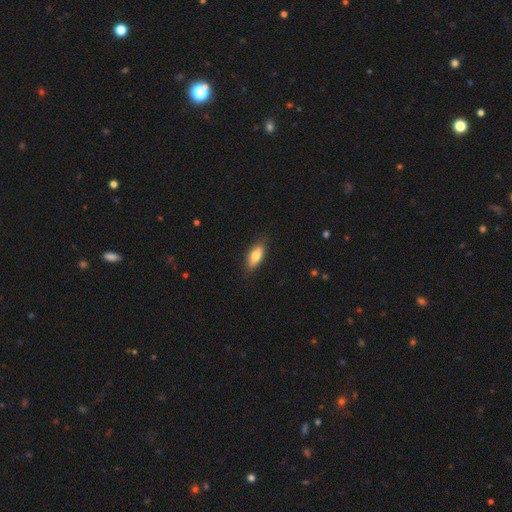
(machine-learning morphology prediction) Smooth or featured: smooth — 75% (featured or disk — 18%)
How rounded: in between — 77% (cigar-shaped — 20%)
Merging: none — 85% (minor disturbance — 12%)